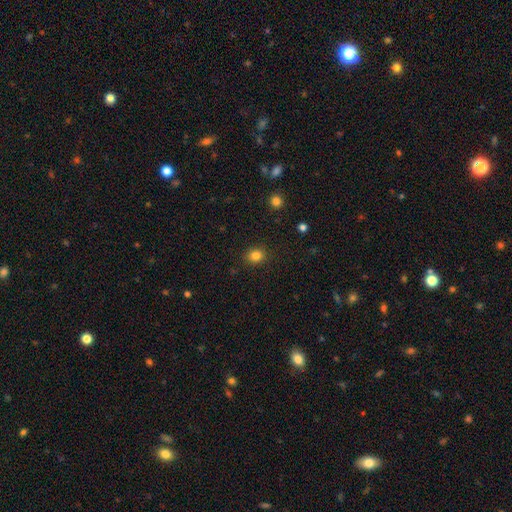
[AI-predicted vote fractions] A smooth galaxy with no disk features (83%) that is round (72%).

Vote fractions:
- Smooth or featured? smooth: 83% / star or artifact: 12% / featured or disk: 5%
- How rounded? round: 72% / in between: 27% / cigar-shaped: 1%
- Merging? none: 89% / minor disturbance: 7% / major disturbance: 2% / merger: 1%